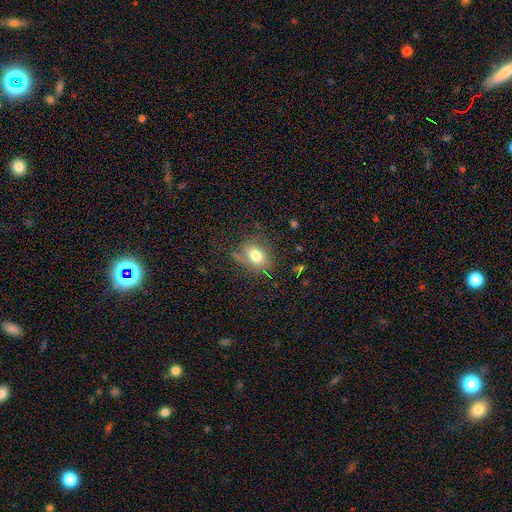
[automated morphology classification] Smooth or featured?
  - smooth: 76% *
  - featured or disk: 12%
  - star or artifact: 12%
How rounded?
  - in between: 64% *
  - round: 34%
  - cigar-shaped: 2%
Merging?
  - none: 69% *
  - minor disturbance: 20%
  - major disturbance: 8%
  - merger: 4%